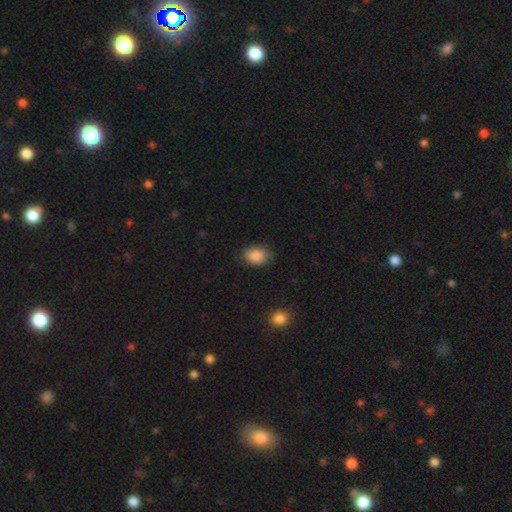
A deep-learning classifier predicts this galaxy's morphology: This appears to be a smooth galaxy with no disk features (88%) that is in between round and cigar-shaped (73%). Merging: none (80%).